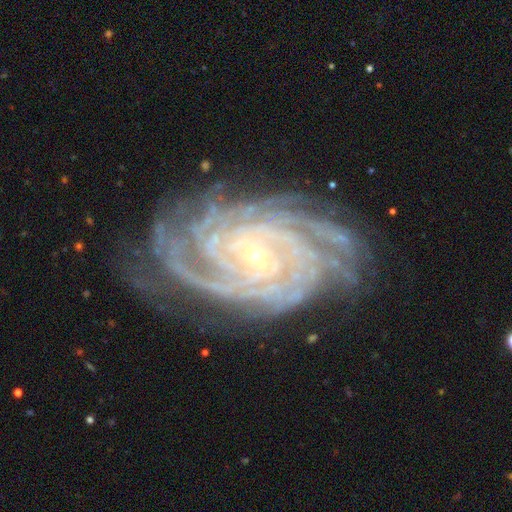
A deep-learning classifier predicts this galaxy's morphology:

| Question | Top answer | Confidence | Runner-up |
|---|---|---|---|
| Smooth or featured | featured or disk | 92% | star or artifact (5%) |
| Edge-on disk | no | 97% | yes (3%) |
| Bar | no | 66% | weak (22%) |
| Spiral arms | yes | 99% | no (1%) |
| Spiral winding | tight | 82% | medium (16%) |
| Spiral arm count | more than 4 | 26% | 4 (25%) |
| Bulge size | small | 82% | moderate (15%) |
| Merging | none | 76% | minor disturbance (16%) |